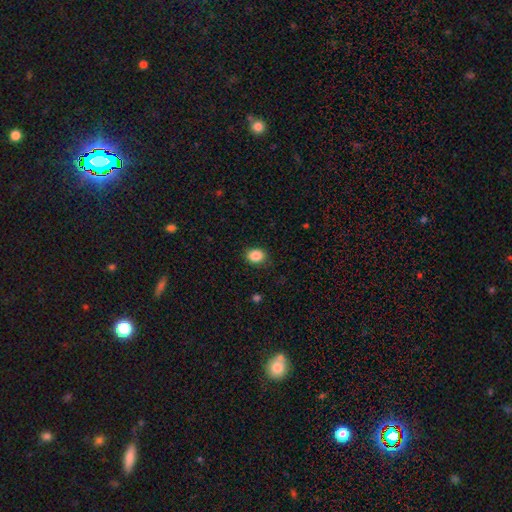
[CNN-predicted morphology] type=smooth (87%); roundness=in between (50%); merging=none (87%).